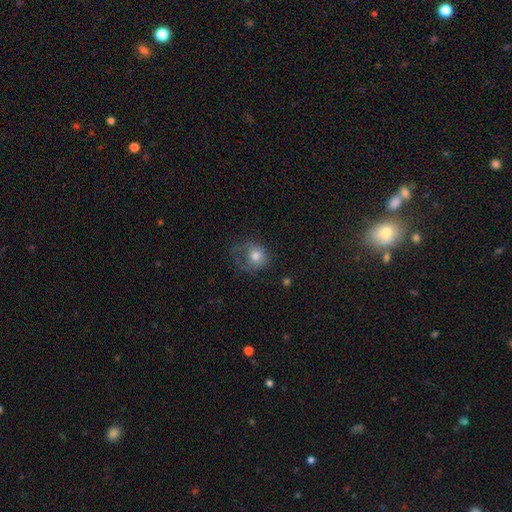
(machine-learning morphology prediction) smooth_or_featured: smooth (p=0.71) [alt: featured or disk p=0.19]
how_rounded: round (p=0.70) [alt: in between p=0.29]
merging: major disturbance (p=0.38) [alt: none p=0.34]